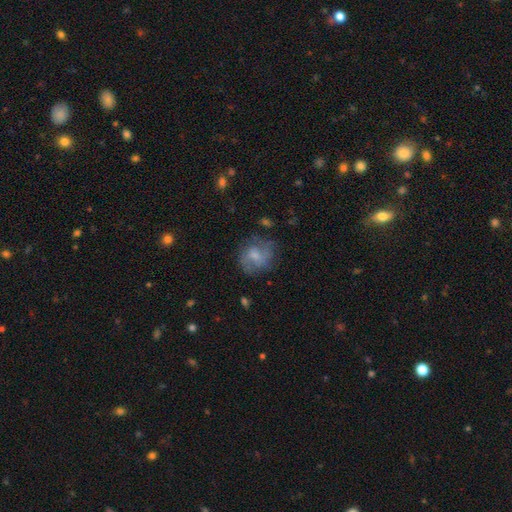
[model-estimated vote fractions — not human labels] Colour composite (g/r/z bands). It shows a smooth galaxy with no disk features (53%) that is round (73%). Merging: none (60%).